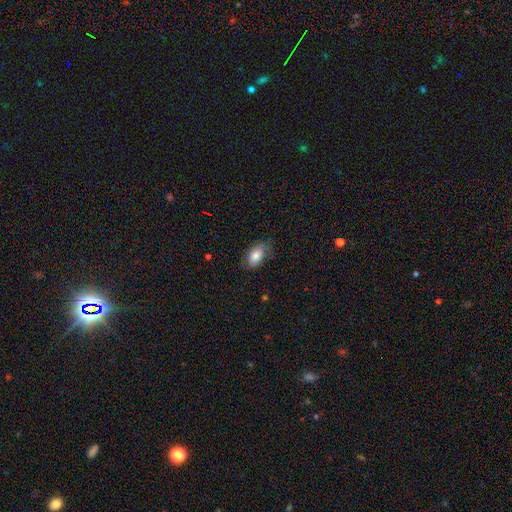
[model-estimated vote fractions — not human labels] smooth_or_featured: smooth (p=0.82) [alt: featured or disk p=0.11]
how_rounded: in between (p=0.91) [alt: round p=0.06]
merging: none (p=0.70) [alt: minor disturbance p=0.23]